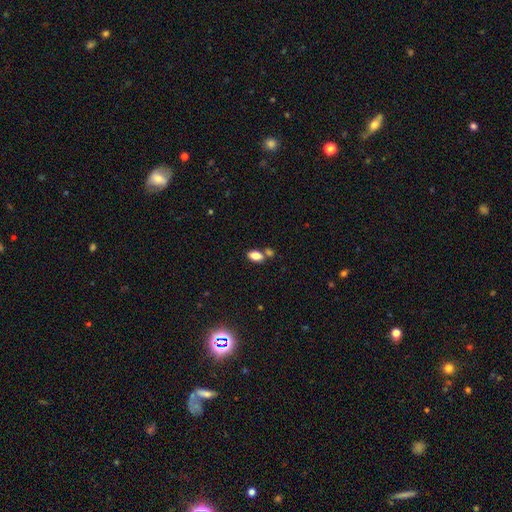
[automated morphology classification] Q: Smooth or featured?
A: smooth (83%); runner-up: star or artifact (9%)
Q: How rounded?
A: in between (91%); runner-up: round (6%)
Q: Merging?
A: none (58%); runner-up: merger (28%)